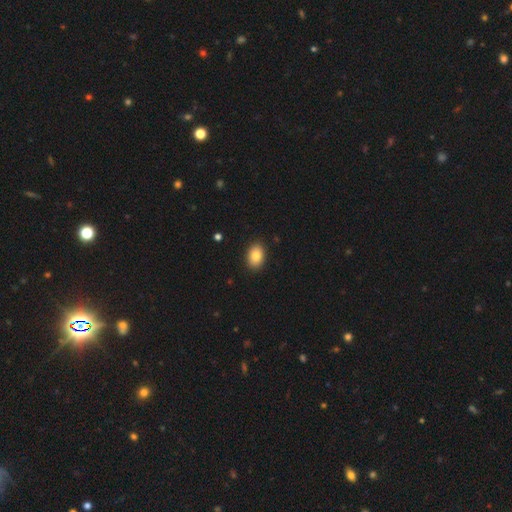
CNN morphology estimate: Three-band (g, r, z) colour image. It shows a smooth galaxy with no disk features (83%) that is in between round and cigar-shaped (80%). Merging: none (90%).